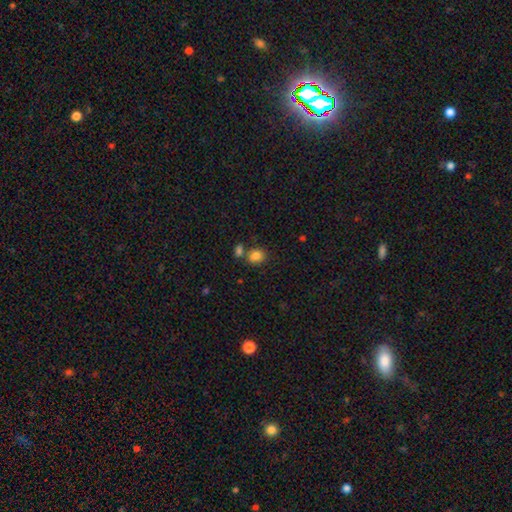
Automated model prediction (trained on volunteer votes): A smooth galaxy with no disk features (83%) that is in between round and cigar-shaped (55%). Merging: none (55%).